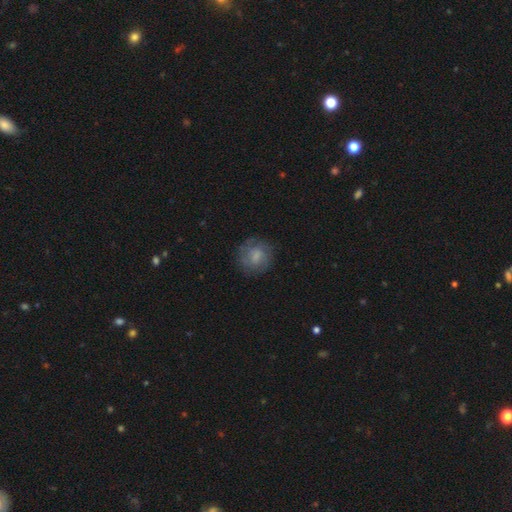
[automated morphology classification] Q: Smooth or featured?
A: smooth (55%); runner-up: featured or disk (36%)
Q: How rounded?
A: round (82%); runner-up: in between (17%)
Q: Merging?
A: none (74%); runner-up: minor disturbance (17%)